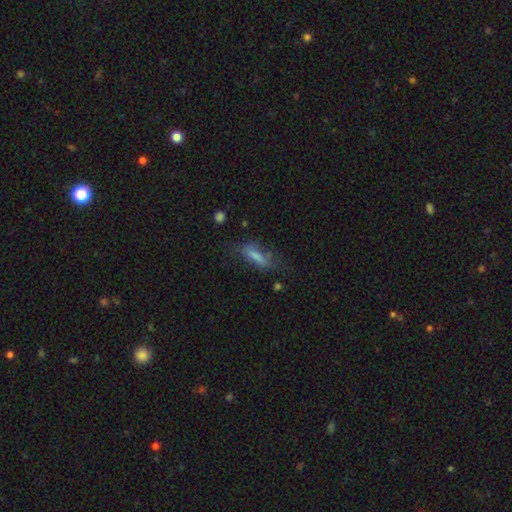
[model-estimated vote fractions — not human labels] Smooth or featured: smooth — 61% (featured or disk — 27%)
How rounded: cigar-shaped — 49% (in between — 48%)
Merging: none — 54% (minor disturbance — 26%)